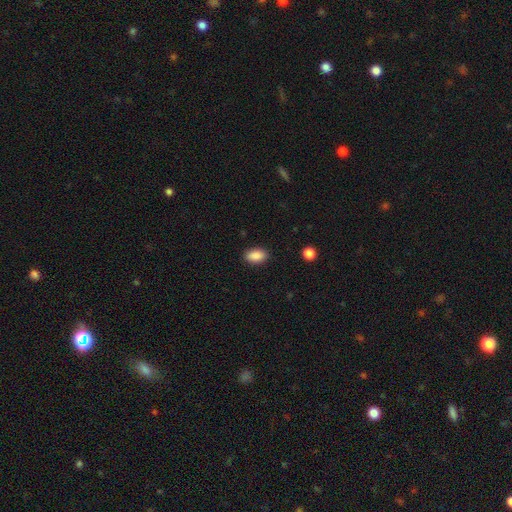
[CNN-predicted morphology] Smooth or featured?
  - smooth: 89% *
  - star or artifact: 8%
  - featured or disk: 3%
How rounded?
  - in between: 92% *
  - round: 6%
  - cigar-shaped: 3%
Merging?
  - none: 88% *
  - minor disturbance: 8%
  - major disturbance: 2%
  - merger: 1%